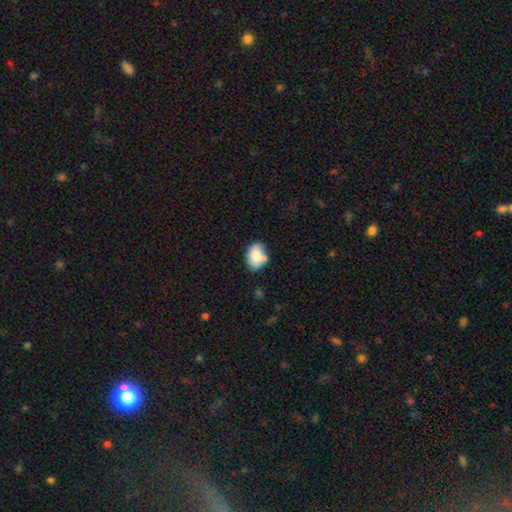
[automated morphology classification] smooth_or_featured: smooth (p=0.80) [alt: featured or disk p=0.12]
how_rounded: in between (p=0.82) [alt: round p=0.16]
merging: none (p=0.58) [alt: minor disturbance p=0.21]